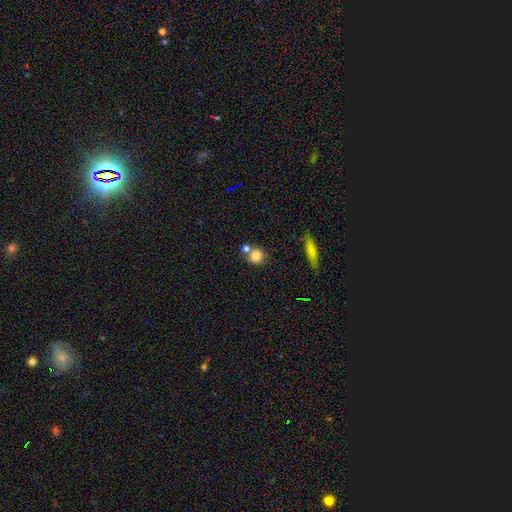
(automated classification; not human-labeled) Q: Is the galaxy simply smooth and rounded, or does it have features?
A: smooth — 80%.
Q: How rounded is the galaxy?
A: round — 81%.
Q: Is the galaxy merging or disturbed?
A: none — 52%.